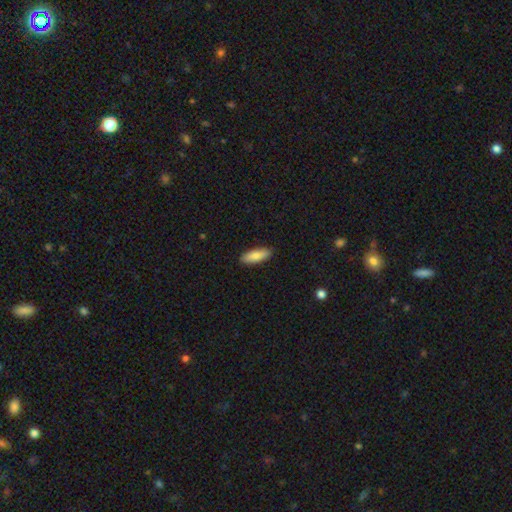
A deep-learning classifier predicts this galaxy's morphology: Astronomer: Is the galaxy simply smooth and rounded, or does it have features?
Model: smooth — 84%.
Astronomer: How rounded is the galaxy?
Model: in between — 63%.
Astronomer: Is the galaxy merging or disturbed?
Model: none — 90%.